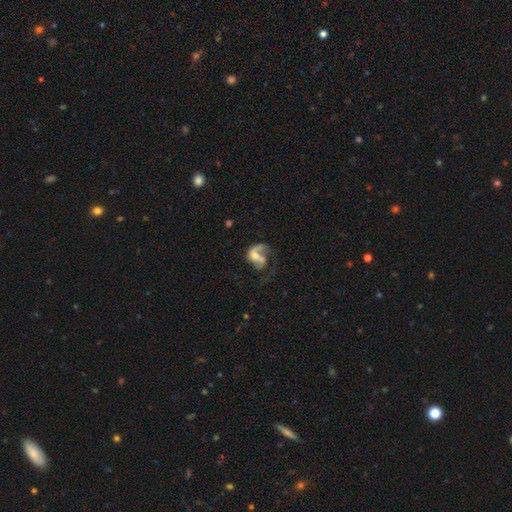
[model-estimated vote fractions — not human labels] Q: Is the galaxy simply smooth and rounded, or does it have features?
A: featured or disk — 71%.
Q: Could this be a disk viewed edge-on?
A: no — 98%.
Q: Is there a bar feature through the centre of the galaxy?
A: no — 45%.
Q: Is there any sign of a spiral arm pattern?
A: yes — 83%.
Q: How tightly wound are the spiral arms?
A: loose — 52%.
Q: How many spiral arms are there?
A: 1 — 58%.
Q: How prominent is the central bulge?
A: small — 39%.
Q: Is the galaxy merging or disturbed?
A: major disturbance — 44%.